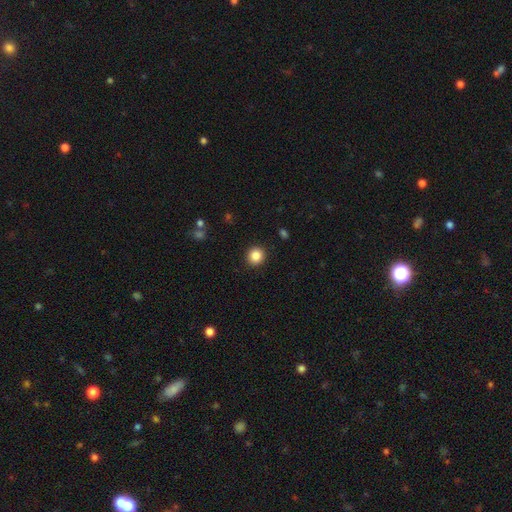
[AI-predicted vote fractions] Smooth or featured?
  - smooth: 86% *
  - star or artifact: 10%
  - featured or disk: 4%
How rounded?
  - round: 90% *
  - in between: 9%
  - cigar-shaped: 1%
Merging?
  - none: 92% *
  - minor disturbance: 5%
  - major disturbance: 2%
  - merger: 1%